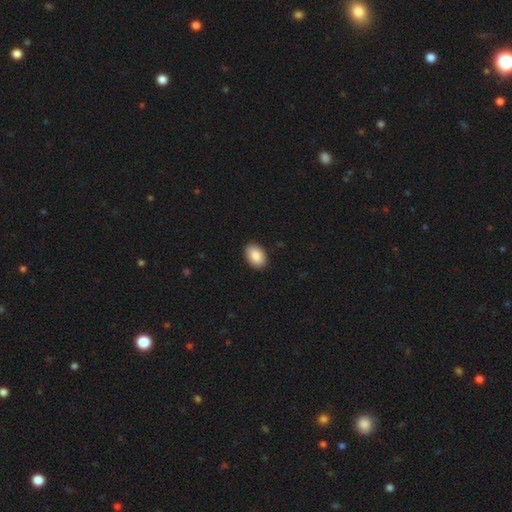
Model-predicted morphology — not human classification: type=smooth (88%); roundness=in between (89%); merging=none (90%).